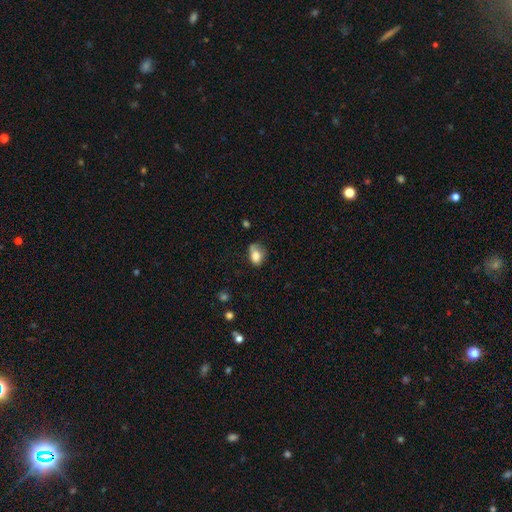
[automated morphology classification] Overall: smooth (78%). How rounded: in between (70%). Merging: none (40%; minor disturbance 37%).